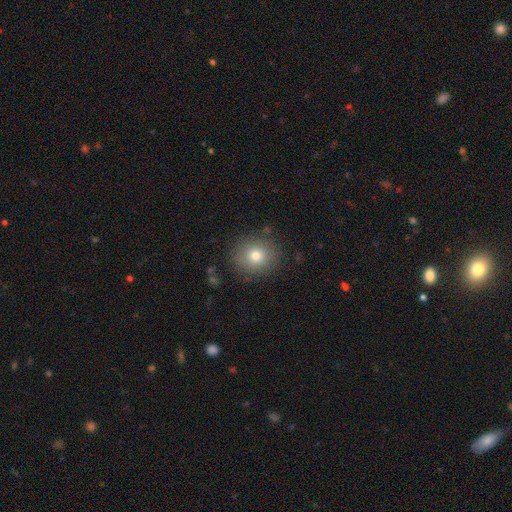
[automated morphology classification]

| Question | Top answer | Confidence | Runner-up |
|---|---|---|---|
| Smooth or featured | smooth | 77% | star or artifact (12%) |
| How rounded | round | 86% | in between (13%) |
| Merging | none | 86% | minor disturbance (9%) |